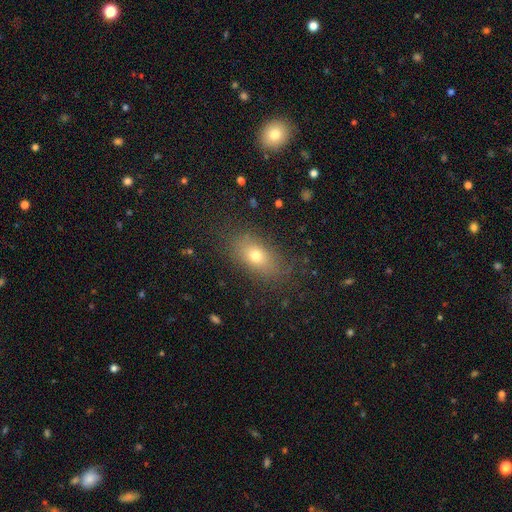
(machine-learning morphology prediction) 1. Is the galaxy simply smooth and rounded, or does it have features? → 71% smooth, 16% featured or disk, 13% star or artifact.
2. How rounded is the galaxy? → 79% in between, 15% round, 6% cigar-shaped.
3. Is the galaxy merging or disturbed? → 81% none, 12% minor disturbance, 5% major disturbance, 1% merger.